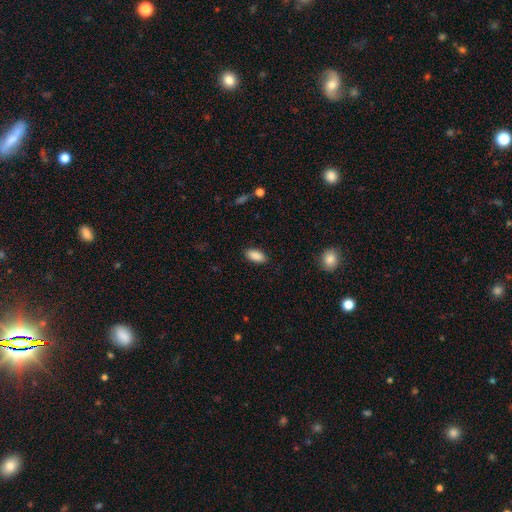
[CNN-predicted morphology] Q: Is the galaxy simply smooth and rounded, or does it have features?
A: smooth — 90%.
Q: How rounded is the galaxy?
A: in between — 90%.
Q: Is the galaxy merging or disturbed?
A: none — 88%.